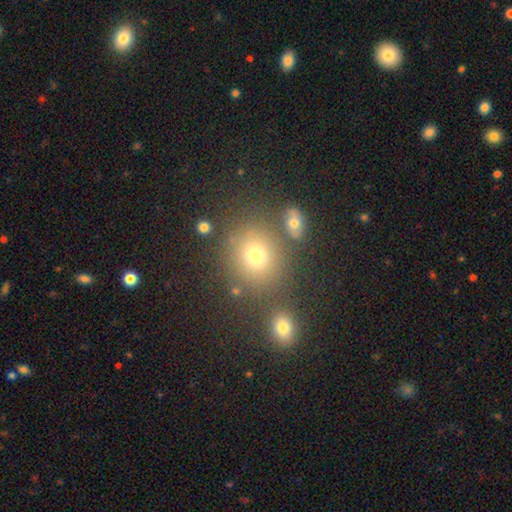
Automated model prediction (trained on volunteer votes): Morphology: type=smooth (69%); roundness=round (78%); merging=none (75%).